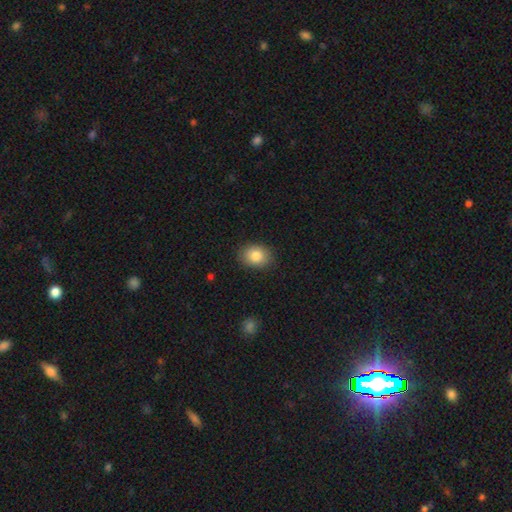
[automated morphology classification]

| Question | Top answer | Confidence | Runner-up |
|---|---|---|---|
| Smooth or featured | smooth | 85% | star or artifact (8%) |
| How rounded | in between | 60% | round (39%) |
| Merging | none | 87% | minor disturbance (10%) |